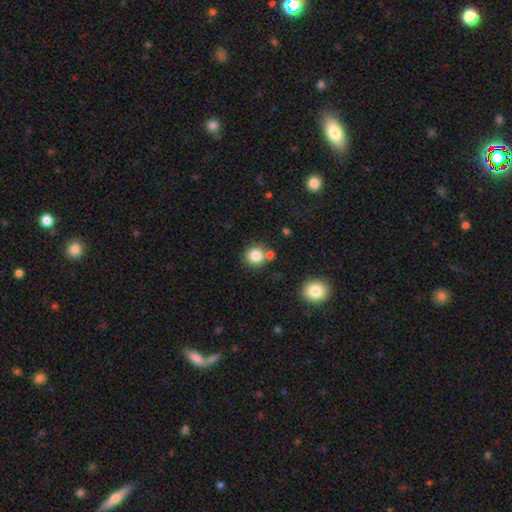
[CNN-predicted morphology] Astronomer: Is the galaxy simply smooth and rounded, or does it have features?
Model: smooth — 84%.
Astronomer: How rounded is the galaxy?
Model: round — 90%.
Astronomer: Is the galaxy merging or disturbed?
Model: none — 71%.